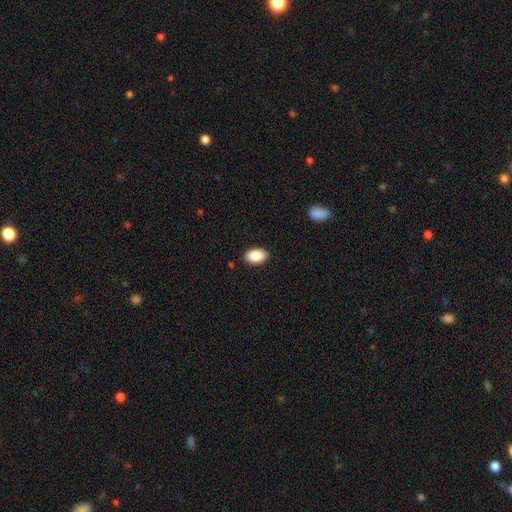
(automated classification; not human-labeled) smooth 89%, star or artifact 7%, featured or disk 4%. Down the decision tree: how rounded — in between (93%); merging — none (89%).